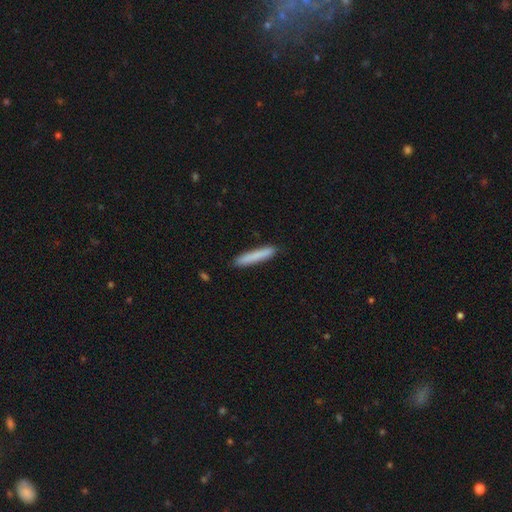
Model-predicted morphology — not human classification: smooth_or_featured: smooth (p=0.82) [alt: featured or disk p=0.12]
how_rounded: cigar-shaped (p=0.95) [alt: in between p=0.04]
merging: none (p=0.89) [alt: minor disturbance p=0.08]